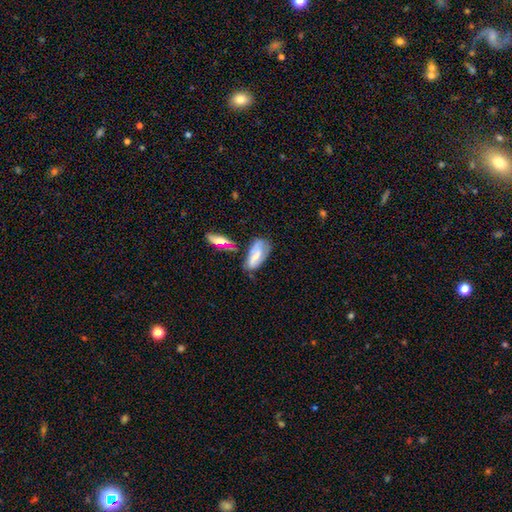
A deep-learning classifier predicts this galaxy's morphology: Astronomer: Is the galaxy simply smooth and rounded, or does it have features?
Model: smooth — 52% (runner-up: featured or disk, 40%).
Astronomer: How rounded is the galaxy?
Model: in between — 87%.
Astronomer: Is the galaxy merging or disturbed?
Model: none — 56%.